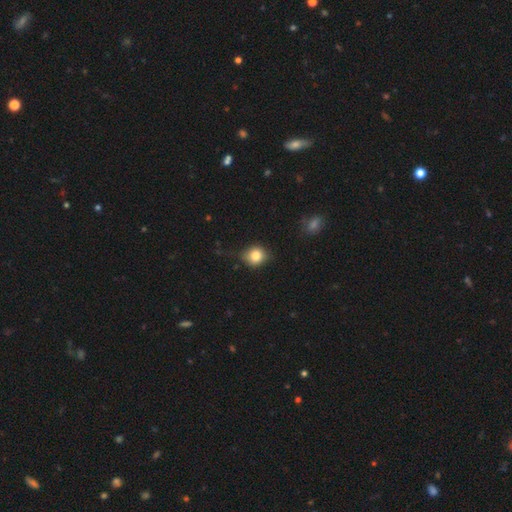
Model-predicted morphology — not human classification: type=smooth (79%); roundness=round (77%); merging=none (66%).